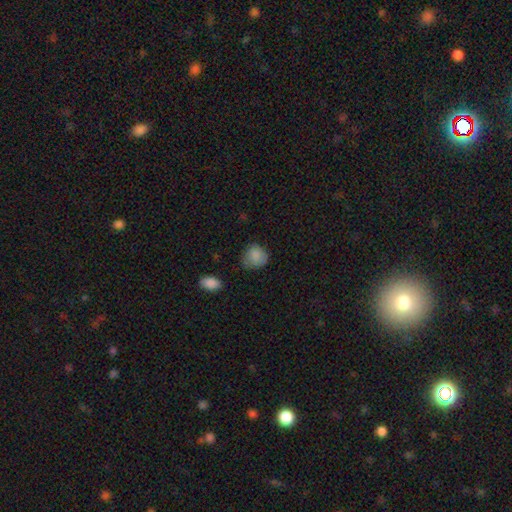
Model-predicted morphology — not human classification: smooth_or_featured: smooth (p=0.85) [alt: star or artifact p=0.08]
how_rounded: round (p=0.72) [alt: in between p=0.27]
merging: none (p=0.60) [alt: minor disturbance p=0.30]